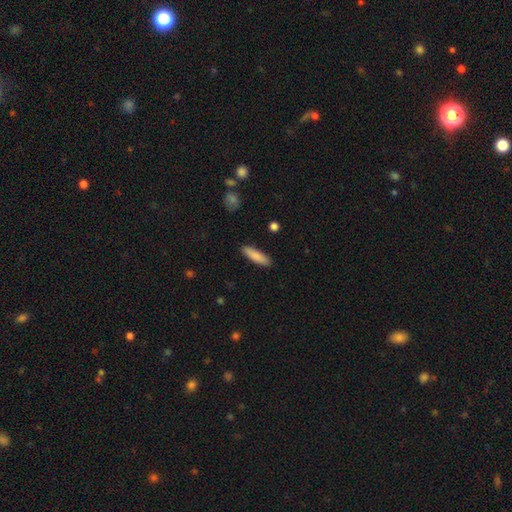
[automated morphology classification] type=smooth (85%); roundness=cigar-shaped (66%); merging=none (89%).